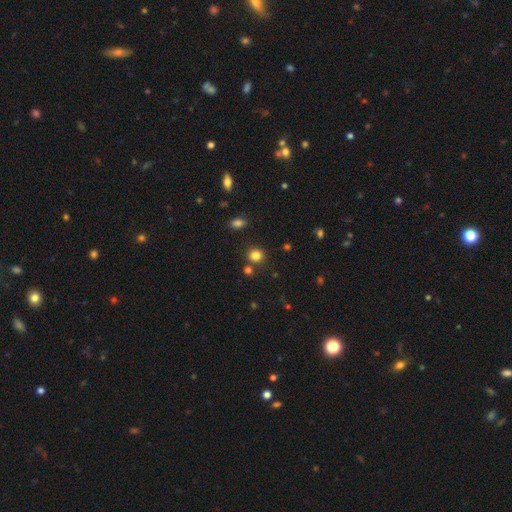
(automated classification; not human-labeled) A smooth galaxy with no disk features (81%) that is round (80%). Merging: none (79%).